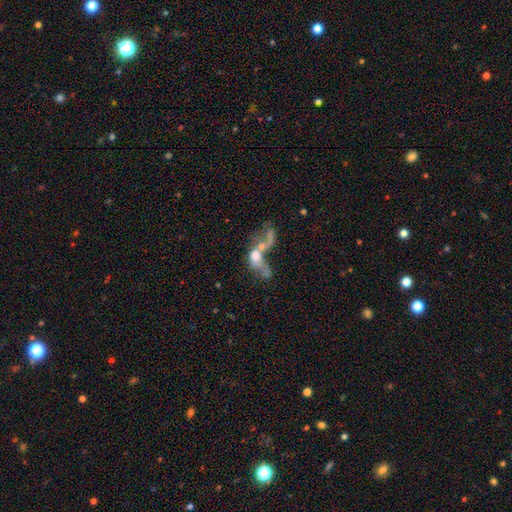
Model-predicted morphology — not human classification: featured or disk 47%, smooth 40%, star or artifact 13%. Down the decision tree: merging — merger (61%).